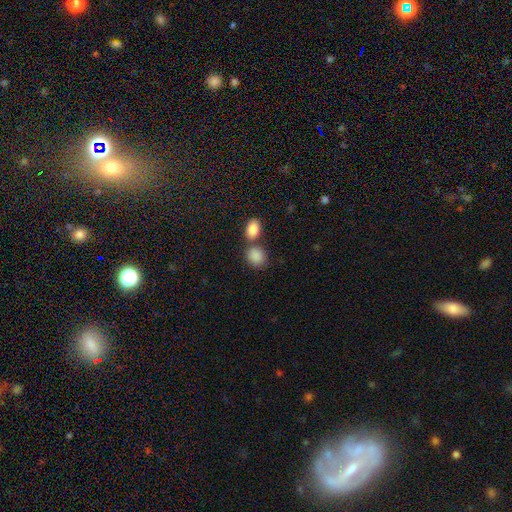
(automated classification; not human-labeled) smooth_or_featured: smooth (p=0.88) [alt: star or artifact p=0.08]
how_rounded: round (p=0.51) [alt: in between p=0.48]
merging: none (p=0.56) [alt: merger p=0.29]